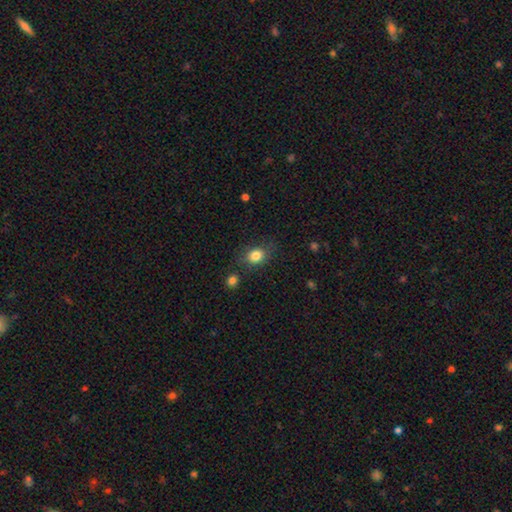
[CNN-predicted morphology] The model was most divided on "how rounded": round: 50%, in between: 49%, cigar-shaped: 1%. More confident: smooth or featured — smooth (83%); merging — none (74%).